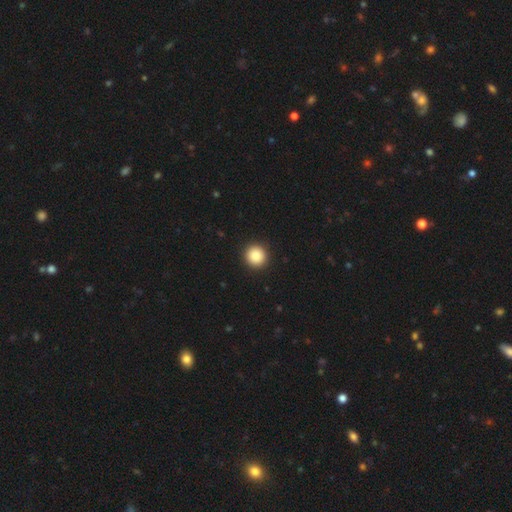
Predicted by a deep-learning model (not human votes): smooth 86%, star or artifact 9%, featured or disk 5%. Down the decision tree: how rounded — round (95%); merging — none (93%).